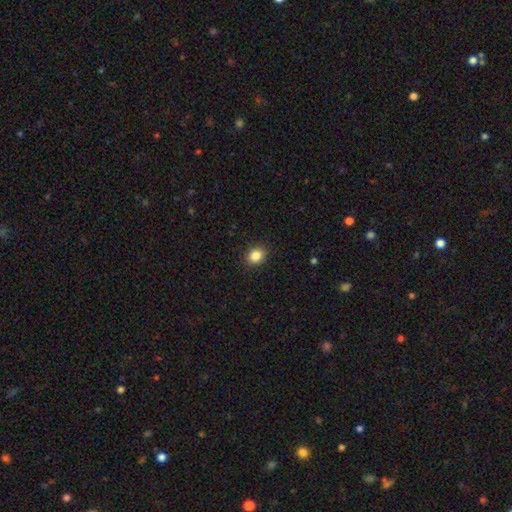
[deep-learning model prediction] Overall: smooth (86%). How rounded: round (59%; in between 40%). Merging: none (90%).